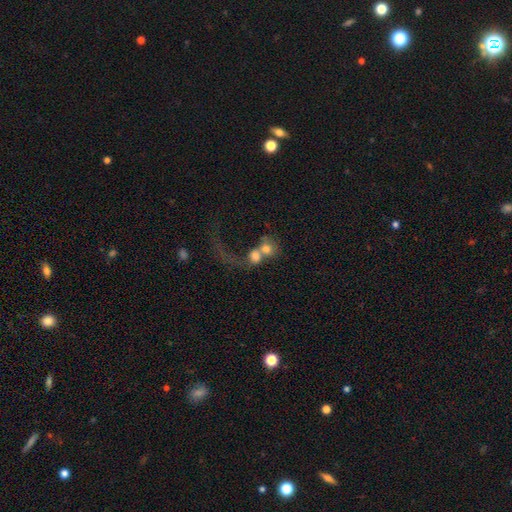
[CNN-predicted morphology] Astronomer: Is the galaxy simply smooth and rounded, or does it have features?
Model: smooth — 62%.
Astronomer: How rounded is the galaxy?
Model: round — 68%.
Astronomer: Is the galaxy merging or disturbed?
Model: merger — 72%.